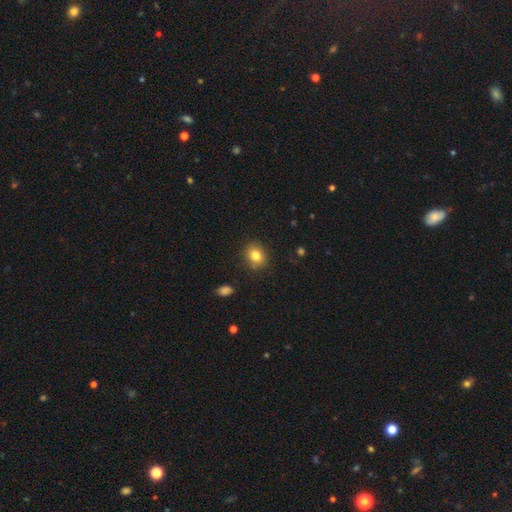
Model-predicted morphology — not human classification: Smooth or featured? Predicted: smooth (p=0.81). How rounded? Predicted: round (p=0.59). Merging? Predicted: none (p=0.87).